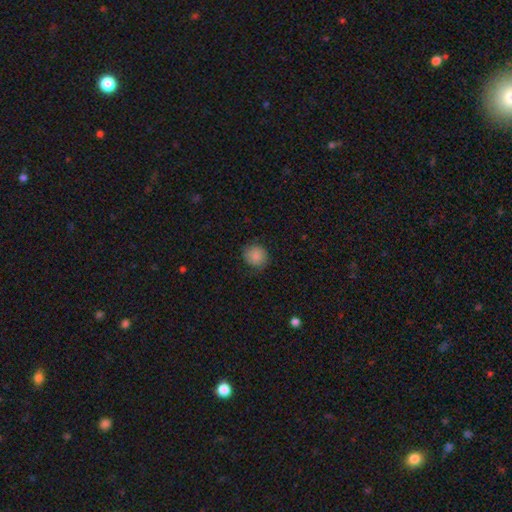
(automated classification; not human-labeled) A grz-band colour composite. It shows a smooth galaxy with no disk features (84%) that is round (88%). Merging: none (78%).